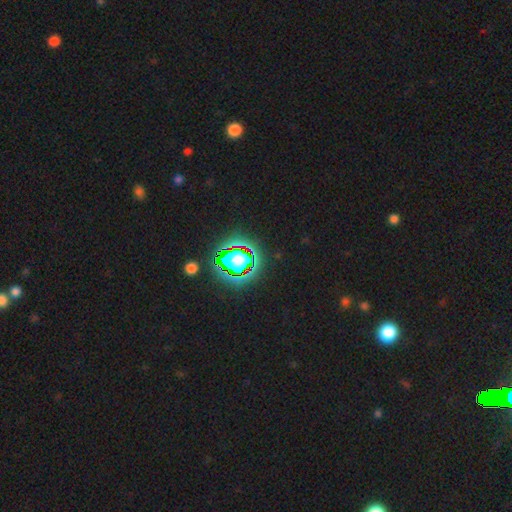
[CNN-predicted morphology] This appears to be a star or artifact, not a galaxy (77%).